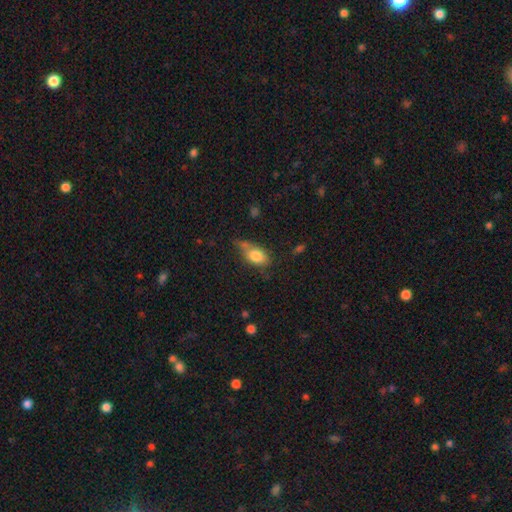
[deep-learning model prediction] smooth 78%, featured or disk 13%, star or artifact 8%. Down the decision tree: how rounded — in between (84%); merging — none (46%).